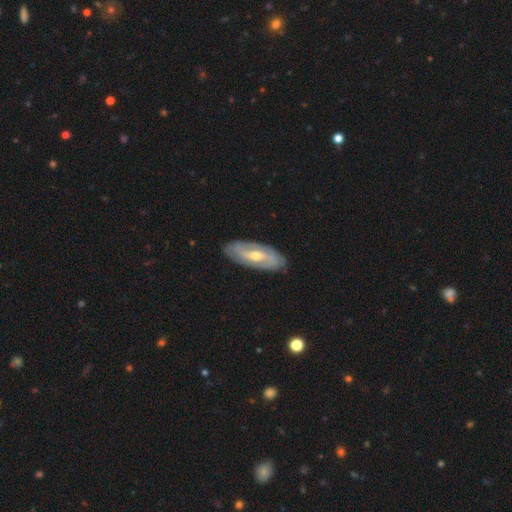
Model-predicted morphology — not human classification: A featured or disk galaxy (78%) with a weak bar (43%), 2 (61%) tight (53%) spiral arms (84%) and a moderate central bulge (60%). Merging: none (84%).